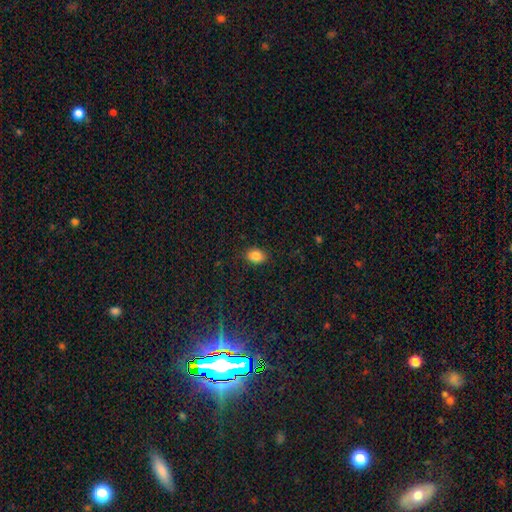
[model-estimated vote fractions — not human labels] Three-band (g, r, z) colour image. It shows a smooth galaxy with no disk features (85%) that is in between round and cigar-shaped (73%). Merging: none (88%).